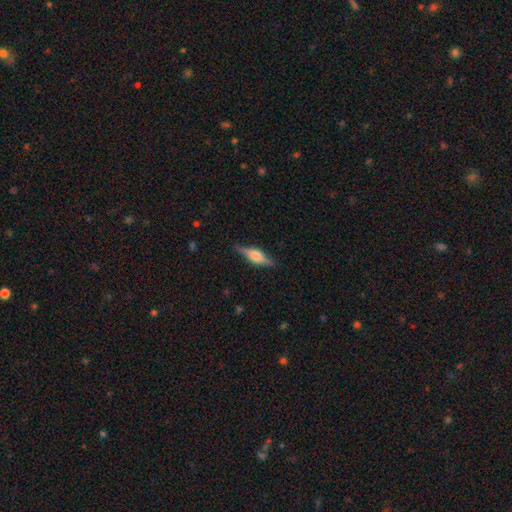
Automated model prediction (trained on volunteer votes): Q: Smooth or featured?
A: featured or disk (71%); runner-up: smooth (22%)
Q: Edge-on disk?
A: yes (97%); runner-up: no (3%)
Q: Edge-on bulge?
A: rounded (87%); runner-up: boxy (11%)
Q: Merging?
A: none (86%); runner-up: minor disturbance (10%)